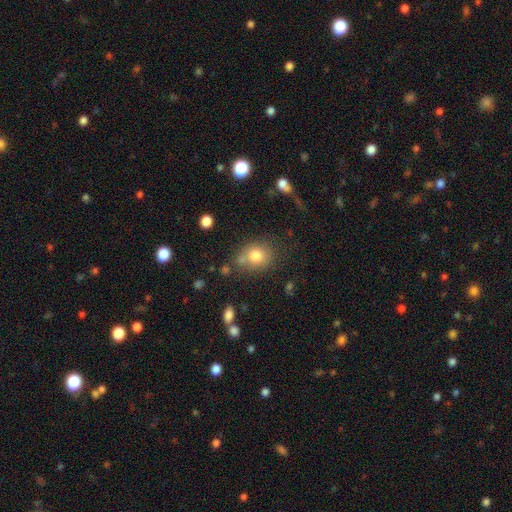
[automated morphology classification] Smooth or featured?
  - smooth: 79% *
  - star or artifact: 11%
  - featured or disk: 10%
How rounded?
  - round: 61% *
  - in between: 38%
  - cigar-shaped: 1%
Merging?
  - none: 62% *
  - minor disturbance: 17%
  - merger: 14%
  - major disturbance: 6%